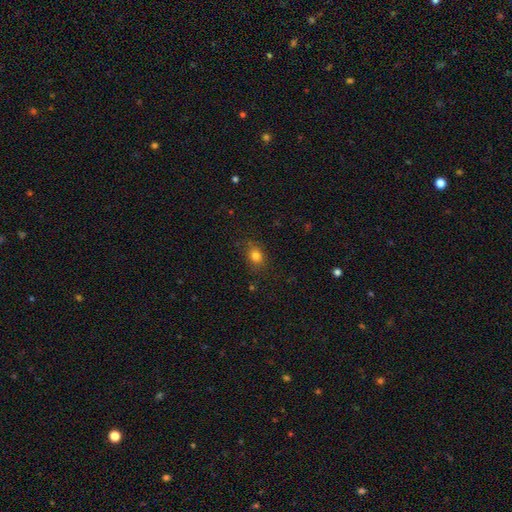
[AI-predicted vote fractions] Smooth or featured? Predicted: smooth (p=0.80). How rounded? Predicted: round (p=0.50). Merging? Predicted: none (p=0.81).